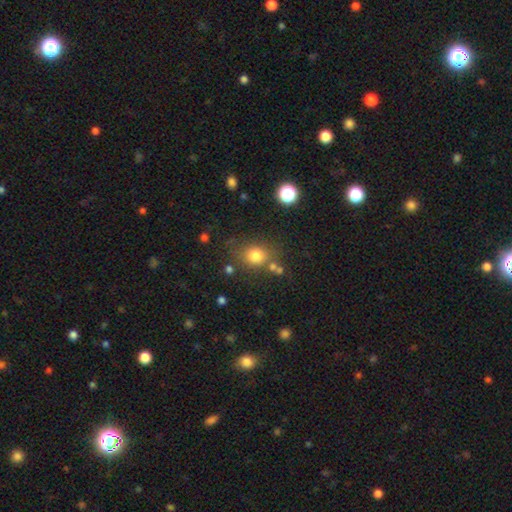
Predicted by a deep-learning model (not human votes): smooth 78%, star or artifact 14%, featured or disk 8%. Down the decision tree: how rounded — round (67%); merging — none (72%).